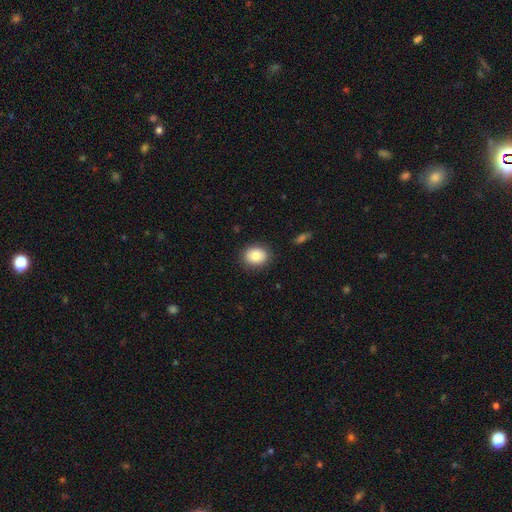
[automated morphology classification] smooth 80%, featured or disk 11%, star or artifact 9%. Down the decision tree: how rounded — round (66%); merging — none (88%).